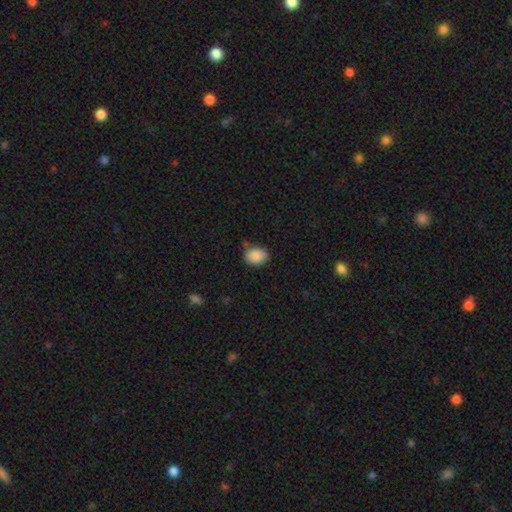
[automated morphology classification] smooth 88%, star or artifact 8%, featured or disk 4%. Down the decision tree: how rounded — in between (66%); merging — none (77%).